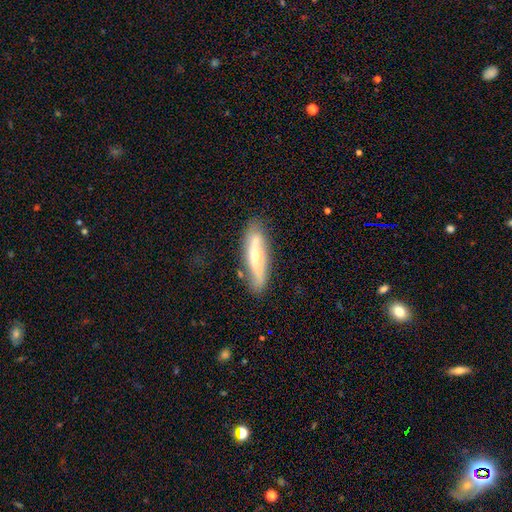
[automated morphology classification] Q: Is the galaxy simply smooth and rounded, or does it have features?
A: featured or disk — 48%.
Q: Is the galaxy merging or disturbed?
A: none — 73%.